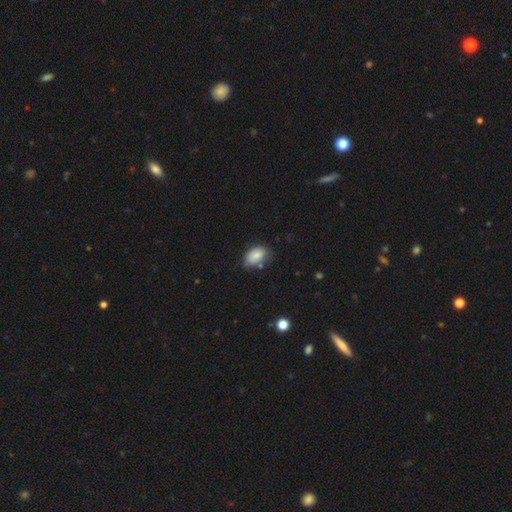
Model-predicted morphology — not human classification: Smooth or featured?
  - smooth: 85% *
  - star or artifact: 8%
  - featured or disk: 8%
How rounded?
  - in between: 90% *
  - round: 9%
  - cigar-shaped: 2%
Merging?
  - none: 63% *
  - minor disturbance: 26%
  - merger: 5%
  - major disturbance: 5%